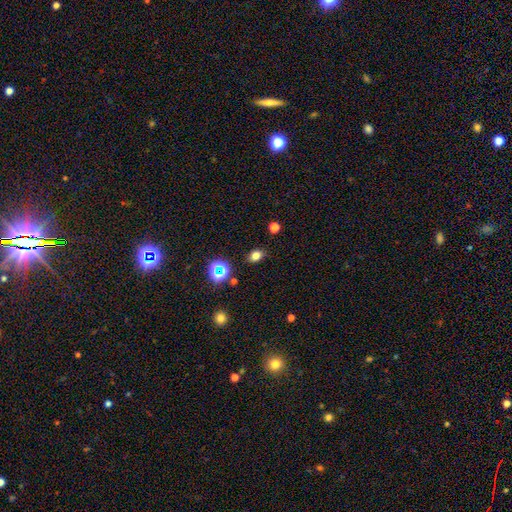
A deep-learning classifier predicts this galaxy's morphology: type=smooth (75%); roundness=in between (69%); merging=none (85%).